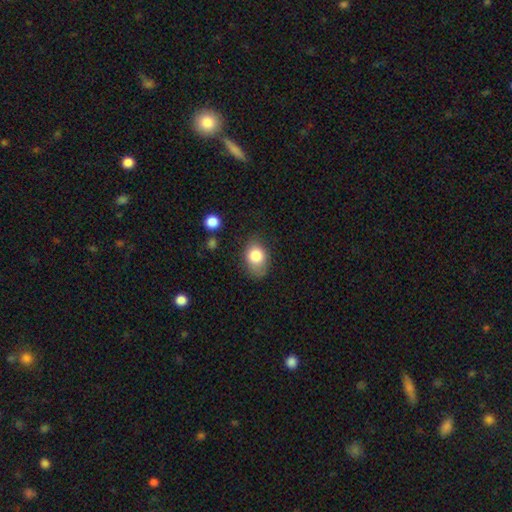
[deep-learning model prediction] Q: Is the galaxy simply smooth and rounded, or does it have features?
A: smooth — 82%.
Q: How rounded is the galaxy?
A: in between — 72%.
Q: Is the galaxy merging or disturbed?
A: none — 69%.